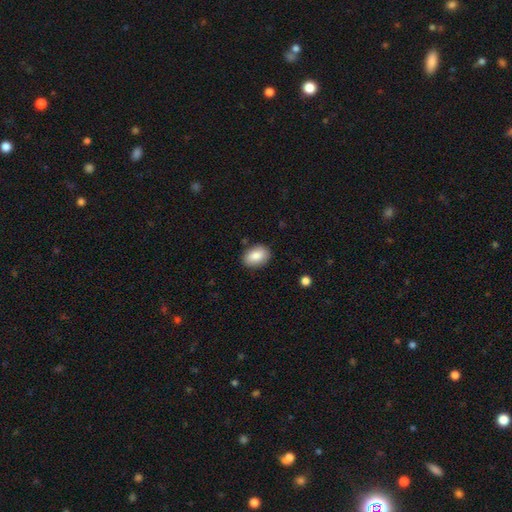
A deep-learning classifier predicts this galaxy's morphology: The model was most divided on "how rounded": in between: 84%, round: 15%, cigar-shaped: 1%. More confident: smooth or featured — smooth (86%); merging — none (85%).